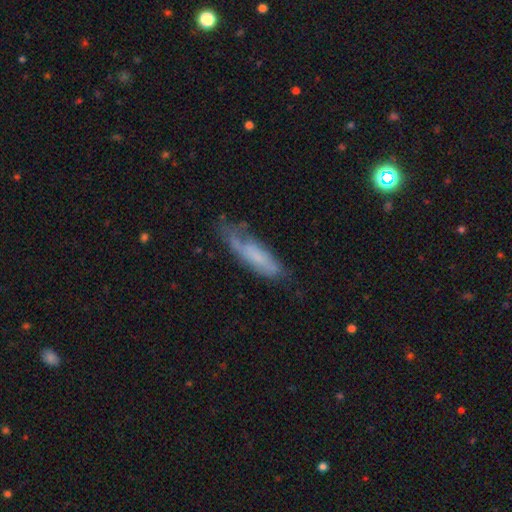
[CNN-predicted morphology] smooth_or_featured: smooth (p=0.52) [alt: featured or disk p=0.39]
how_rounded: cigar-shaped (p=0.57) [alt: in between p=0.42]
merging: none (p=0.43) [alt: minor disturbance p=0.32]